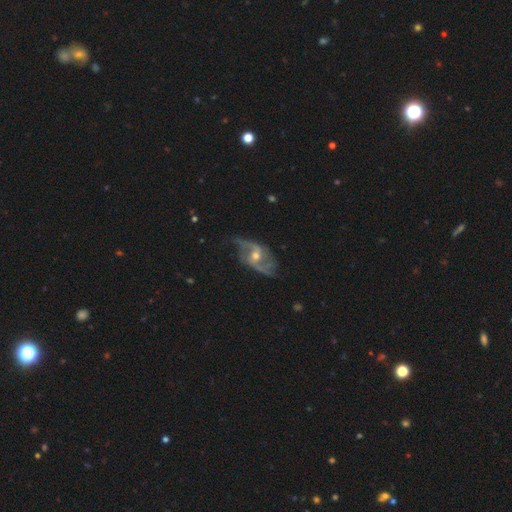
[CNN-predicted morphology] Overall: featured or disk (87%). Edge-on disk: no (95%). Bar: weak (43%; no 39%). Spiral arms: yes (94%). Spiral arm count: 2 (82%). Spiral winding: loose (62%; medium 29%). Bulge size: moderate (60%; small 35%). Merging: none (61%; minor disturbance 24%).